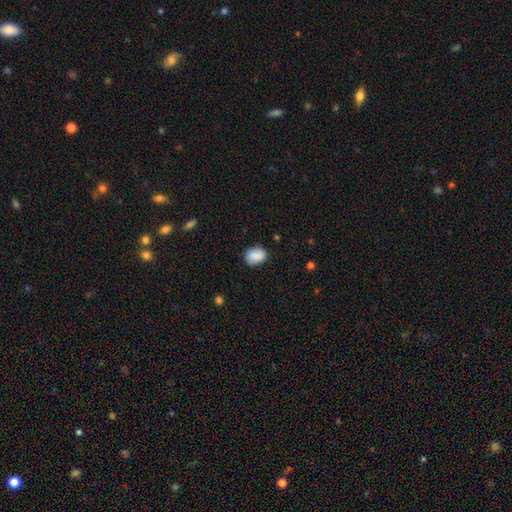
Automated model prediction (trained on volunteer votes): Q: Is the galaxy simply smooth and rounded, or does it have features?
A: smooth — 86%.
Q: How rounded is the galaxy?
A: in between — 60%.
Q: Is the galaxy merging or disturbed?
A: none — 80%.